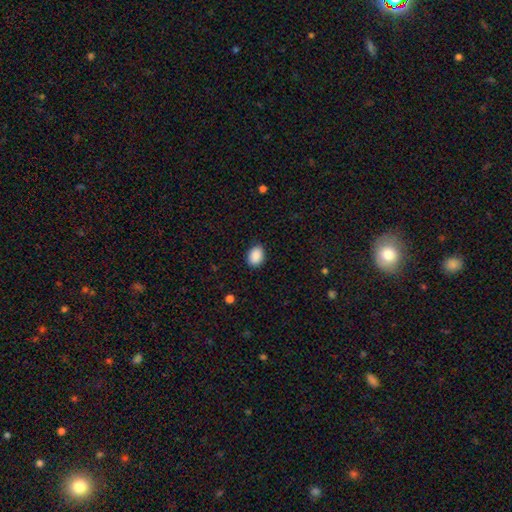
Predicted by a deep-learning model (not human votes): This appears to be a smooth galaxy with no disk features (90%) that is in between round and cigar-shaped (68%). Merging: none (86%).